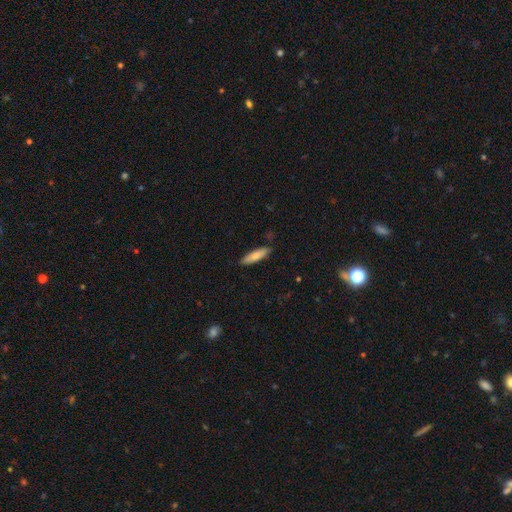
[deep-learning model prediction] smooth_or_featured: smooth (p=0.80) [alt: featured or disk p=0.15]
how_rounded: cigar-shaped (p=0.68) [alt: in between p=0.30]
merging: none (p=0.87) [alt: minor disturbance p=0.10]